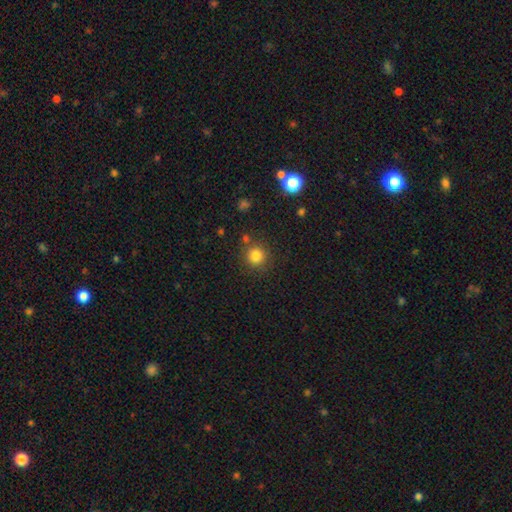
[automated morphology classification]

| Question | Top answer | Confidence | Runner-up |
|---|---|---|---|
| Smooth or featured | smooth | 82% | star or artifact (13%) |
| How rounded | round | 93% | in between (6%) |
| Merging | none | 82% | minor disturbance (8%) |